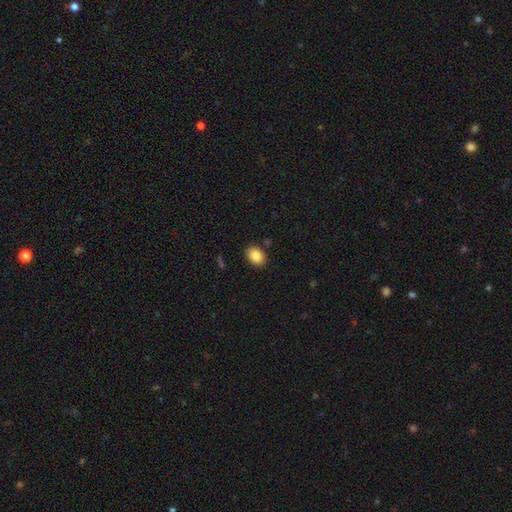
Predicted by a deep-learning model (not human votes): Smooth or featured?
  - smooth: 87% *
  - star or artifact: 8%
  - featured or disk: 5%
How rounded?
  - in between: 74% *
  - round: 25%
  - cigar-shaped: 1%
Merging?
  - none: 87% *
  - minor disturbance: 9%
  - major disturbance: 2%
  - merger: 2%